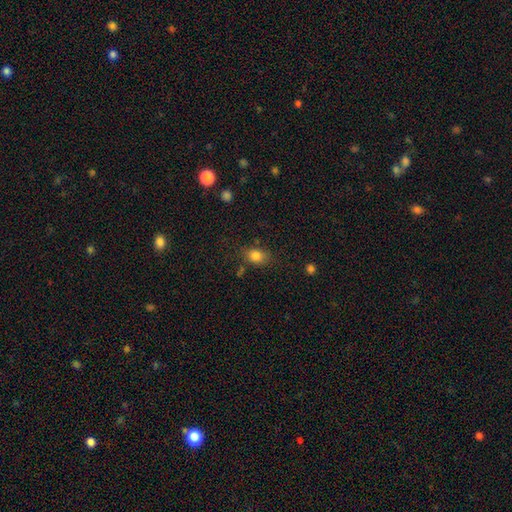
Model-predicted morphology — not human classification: Smooth or featured?
  - smooth: 82% *
  - star or artifact: 10%
  - featured or disk: 8%
How rounded?
  - in between: 72% *
  - round: 26%
  - cigar-shaped: 2%
Merging?
  - none: 73% *
  - minor disturbance: 17%
  - major disturbance: 5%
  - merger: 4%